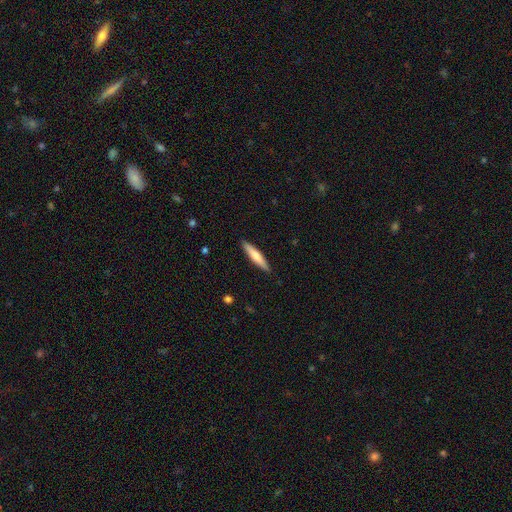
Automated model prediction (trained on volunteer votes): A smooth galaxy with no disk features (63%) that is cigar-shaped (88%).

Vote fractions:
- Smooth or featured? smooth: 63% / featured or disk: 32% / star or artifact: 5%
- How rounded? cigar-shaped: 88% / in between: 11% / round: 1%
- Merging? none: 90% / minor disturbance: 7% / major disturbance: 1% / merger: 1%